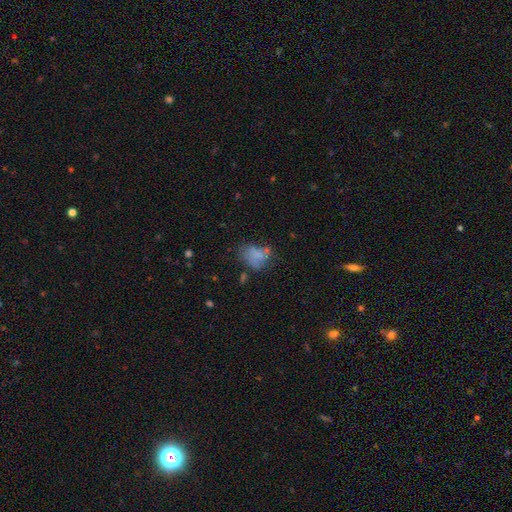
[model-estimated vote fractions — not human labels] Smooth or featured: smooth — 65% (featured or disk — 22%)
How rounded: in between — 71% (round — 27%)
Merging: none — 36% (minor disturbance — 28%)